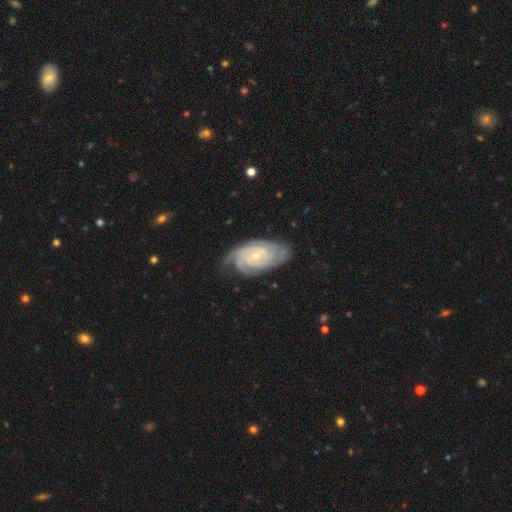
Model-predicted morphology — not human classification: The model was most divided on "spiral arm count": 3: 27%, 2: 25%, can't tell: 21%, 4: 16%, more than 4: 6%, 1: 5%. More confident: spiral arms — yes (97%); edge-on disk — no (96%); smooth or featured — featured or disk (87%); spiral winding — tight (75%); merging — none (72%); bulge size — small (72%); bar — no (71%).